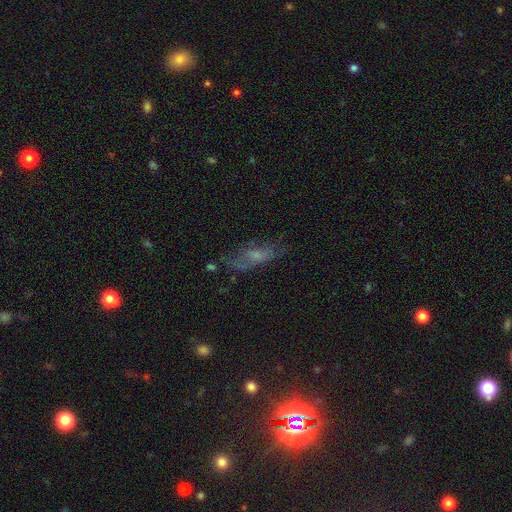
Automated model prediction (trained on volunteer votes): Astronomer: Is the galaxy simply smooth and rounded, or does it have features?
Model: smooth — 46% (runner-up: featured or disk, 39%).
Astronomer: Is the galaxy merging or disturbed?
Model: none — 59%.